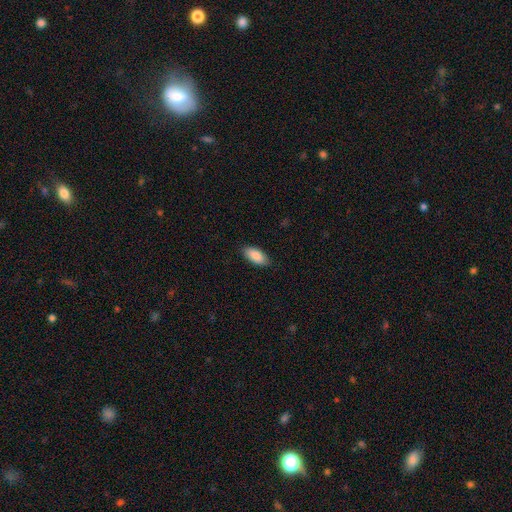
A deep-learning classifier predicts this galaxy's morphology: Q: Smooth or featured?
A: smooth (88%); runner-up: featured or disk (6%)
Q: How rounded?
A: in between (91%); runner-up: cigar-shaped (7%)
Q: Merging?
A: none (88%); runner-up: minor disturbance (9%)